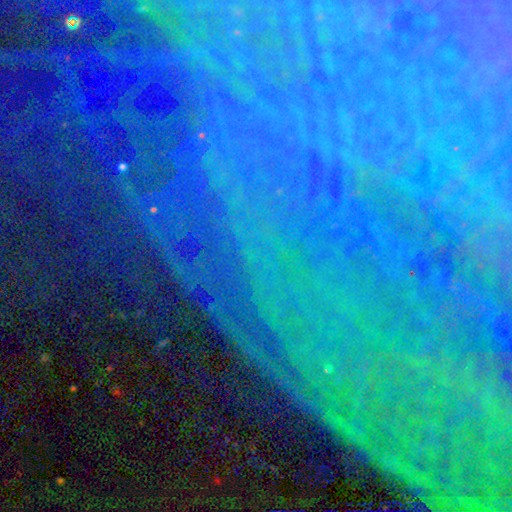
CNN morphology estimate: A star or artifact, not a galaxy (80%).